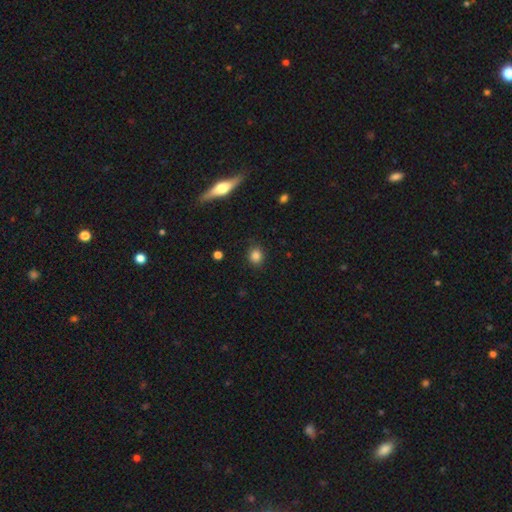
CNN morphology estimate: Smooth or featured?
  - smooth: 84% *
  - star or artifact: 11%
  - featured or disk: 5%
How rounded?
  - round: 81% *
  - in between: 18%
  - cigar-shaped: 1%
Merging?
  - none: 88% *
  - minor disturbance: 9%
  - major disturbance: 2%
  - merger: 1%